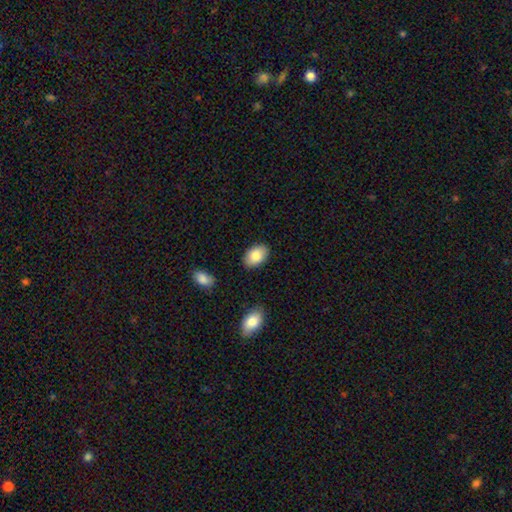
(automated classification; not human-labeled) Smooth or featured: smooth — 84% (featured or disk — 10%)
How rounded: in between — 90% (round — 9%)
Merging: none — 87% (minor disturbance — 9%)